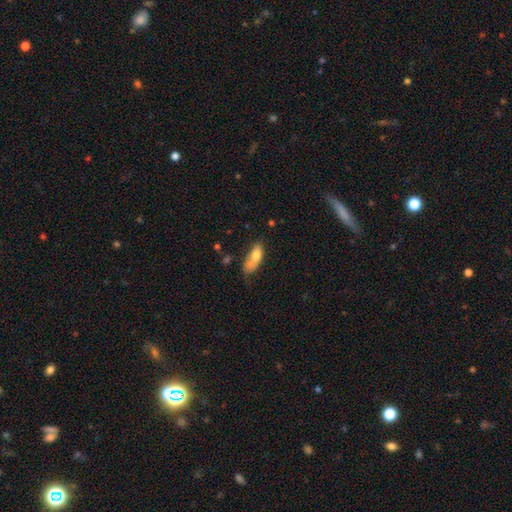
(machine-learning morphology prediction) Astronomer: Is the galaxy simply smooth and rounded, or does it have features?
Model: smooth — 72%.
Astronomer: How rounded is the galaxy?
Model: in between — 75%.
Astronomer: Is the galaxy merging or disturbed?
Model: none — 33% (runner-up: minor disturbance, 32%).